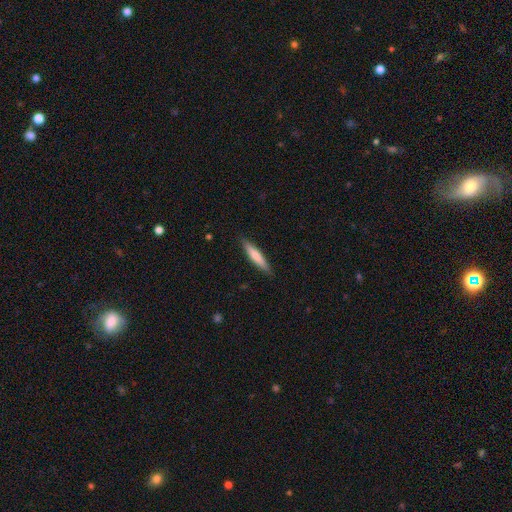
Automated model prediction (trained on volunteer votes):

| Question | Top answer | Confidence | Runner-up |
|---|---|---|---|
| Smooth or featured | smooth | 71% | featured or disk (24%) |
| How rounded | cigar-shaped | 88% | in between (10%) |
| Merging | none | 89% | minor disturbance (8%) |